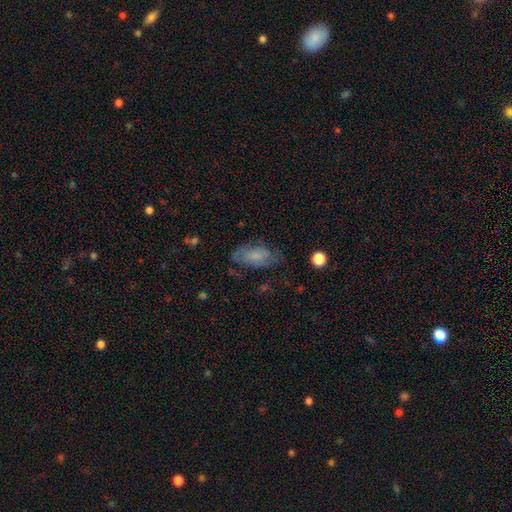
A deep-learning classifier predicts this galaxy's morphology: The model was most divided on "smooth or featured": smooth: 61%, featured or disk: 30%, star or artifact: 9%. More confident: how rounded — in between (90%); merging — none (62%).